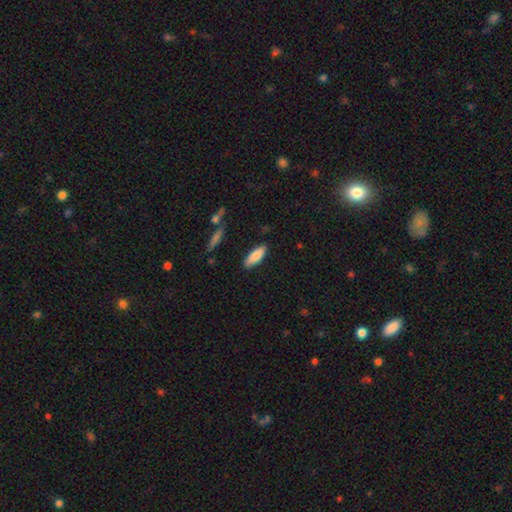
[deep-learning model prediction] Q: Smooth or featured?
A: smooth (84%); runner-up: featured or disk (11%)
Q: How rounded?
A: in between (61%); runner-up: cigar-shaped (37%)
Q: Merging?
A: none (86%); runner-up: minor disturbance (10%)